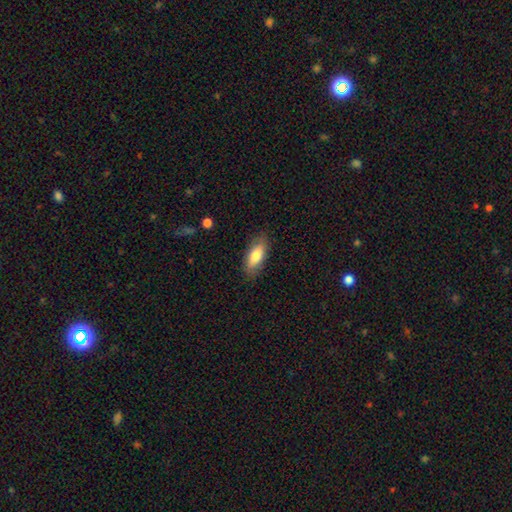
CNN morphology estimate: This appears to be a smooth galaxy with no disk features (79%) that is in between round and cigar-shaped (78%). Merging: none (84%).